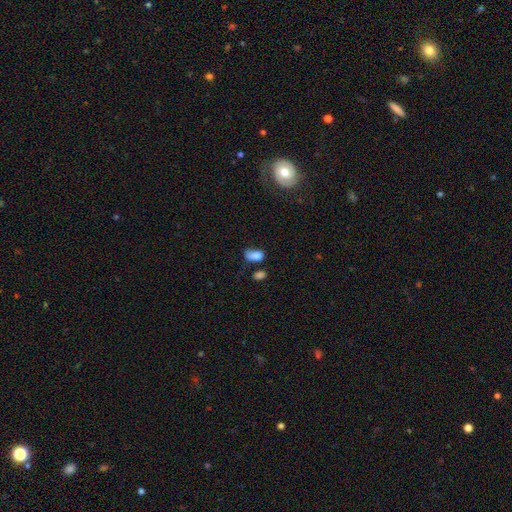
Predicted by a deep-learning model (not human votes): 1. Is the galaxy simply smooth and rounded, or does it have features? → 81% smooth, 11% star or artifact, 8% featured or disk.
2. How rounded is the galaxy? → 88% in between, 9% round, 3% cigar-shaped.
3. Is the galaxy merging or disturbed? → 38% none, 31% minor disturbance, 16% major disturbance, 15% merger.